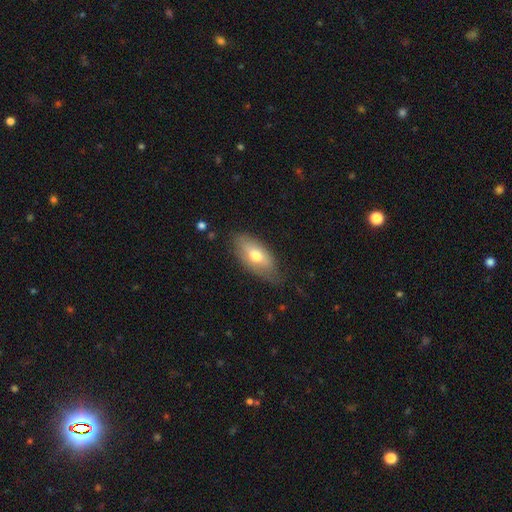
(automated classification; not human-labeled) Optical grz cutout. It shows a smooth galaxy with no disk features (64%) that is in between round and cigar-shaped (88%). Merging: none (68%).